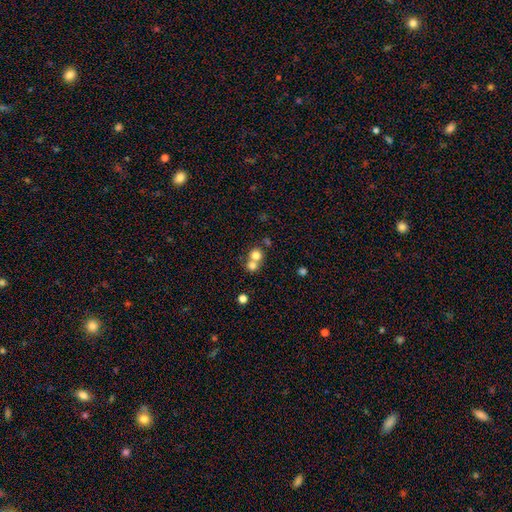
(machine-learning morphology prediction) A smooth galaxy with no disk features (75%) that is round (86%).

Vote fractions:
- Smooth or featured? smooth: 75% / featured or disk: 13% / star or artifact: 12%
- How rounded? round: 86% / in between: 13% / cigar-shaped: 1%
- Merging? merger: 56% / none: 37% / minor disturbance: 4% / major disturbance: 2%